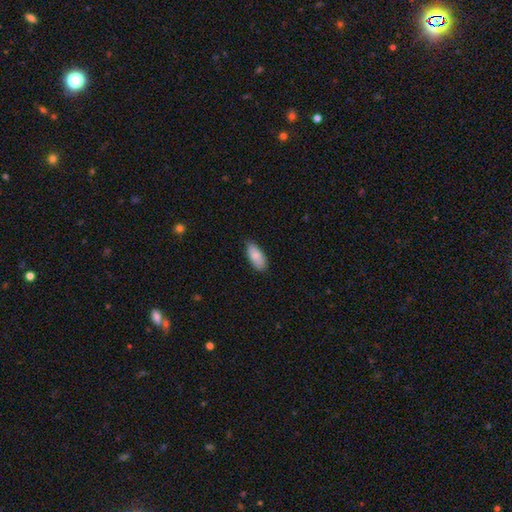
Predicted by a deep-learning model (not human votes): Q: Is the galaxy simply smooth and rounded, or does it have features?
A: smooth — 86%.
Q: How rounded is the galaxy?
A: in between — 87%.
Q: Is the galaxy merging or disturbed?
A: none — 79%.